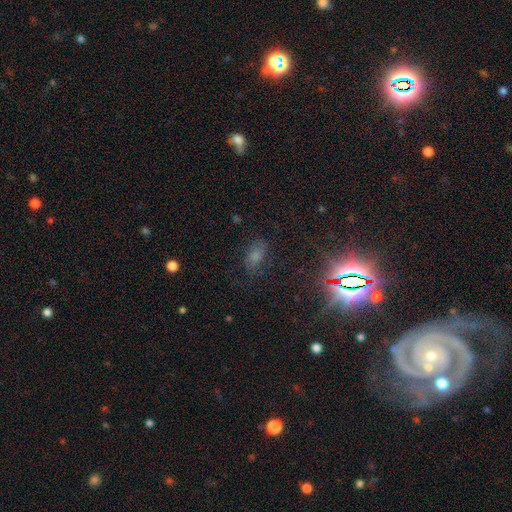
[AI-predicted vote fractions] Smooth or featured? smooth (53%)
How rounded? in between (87%)
Merging? none (69%)